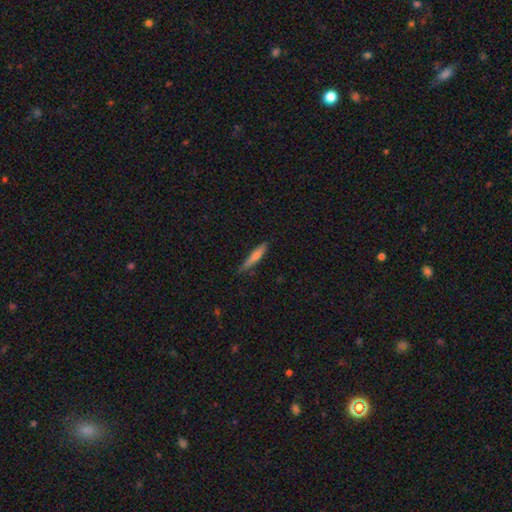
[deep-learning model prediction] Overall: smooth (62%; featured or disk 31%). How rounded: cigar-shaped (92%). Merging: none (79%).